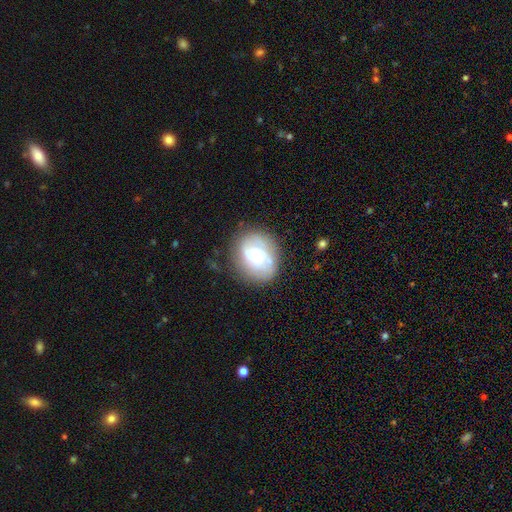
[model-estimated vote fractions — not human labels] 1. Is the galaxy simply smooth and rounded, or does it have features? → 60% featured or disk, 32% smooth, 8% star or artifact.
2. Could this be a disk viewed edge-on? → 97% no, 3% yes.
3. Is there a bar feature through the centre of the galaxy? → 58% no, 33% weak, 9% strong.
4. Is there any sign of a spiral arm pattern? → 79% yes, 21% no.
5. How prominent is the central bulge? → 45% small, 44% moderate, 7% large, 2% none, 2% dominant.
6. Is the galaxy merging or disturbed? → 67% none, 20% minor disturbance, 11% major disturbance, 3% merger.